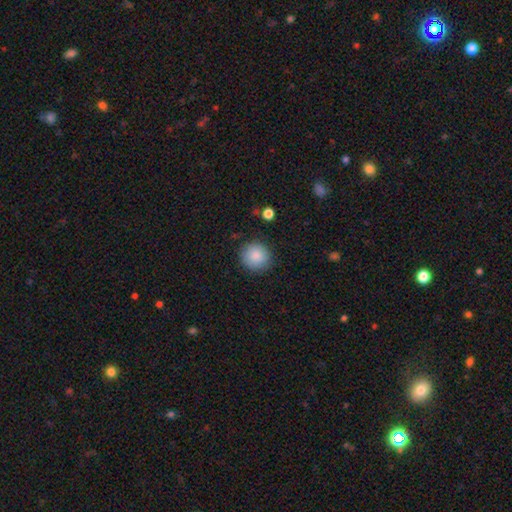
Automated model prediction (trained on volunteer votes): Smooth or featured: smooth — 87% (star or artifact — 8%)
How rounded: round — 93% (in between — 6%)
Merging: none — 88% (minor disturbance — 8%)